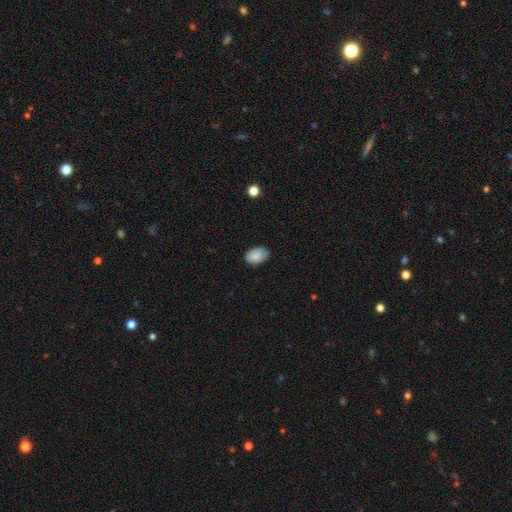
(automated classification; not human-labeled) Overall: smooth (85%). How rounded: in between (89%). Merging: none (83%).